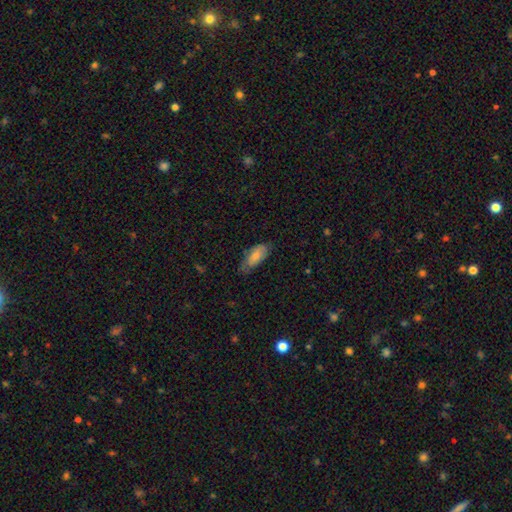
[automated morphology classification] Smooth or featured?
  - smooth: 72% *
  - featured or disk: 22%
  - star or artifact: 6%
How rounded?
  - in between: 87% *
  - cigar-shaped: 11%
  - round: 2%
Merging?
  - none: 55% *
  - minor disturbance: 35%
  - major disturbance: 9%
  - merger: 2%